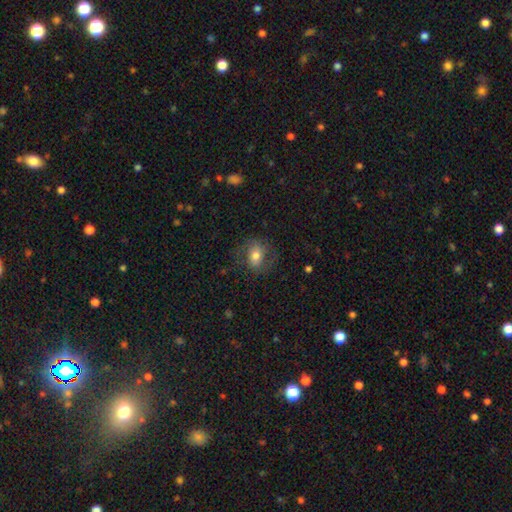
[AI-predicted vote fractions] This appears to be a smooth galaxy with no disk features (62%) that is in between round and cigar-shaped (59%). Merging: none (68%).